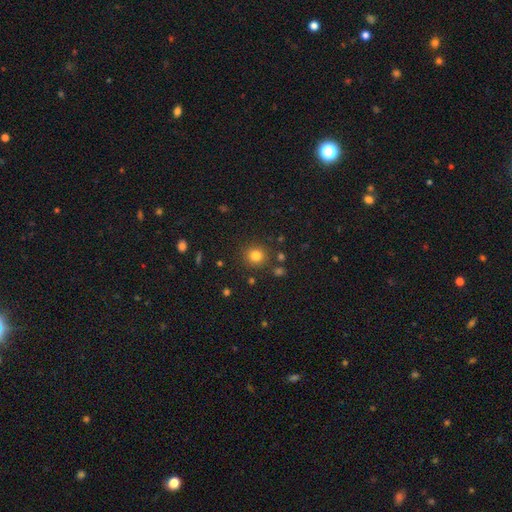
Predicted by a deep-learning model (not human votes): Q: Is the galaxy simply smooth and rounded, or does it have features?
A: smooth — 80%.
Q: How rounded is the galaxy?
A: round — 91%.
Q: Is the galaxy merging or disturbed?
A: none — 87%.